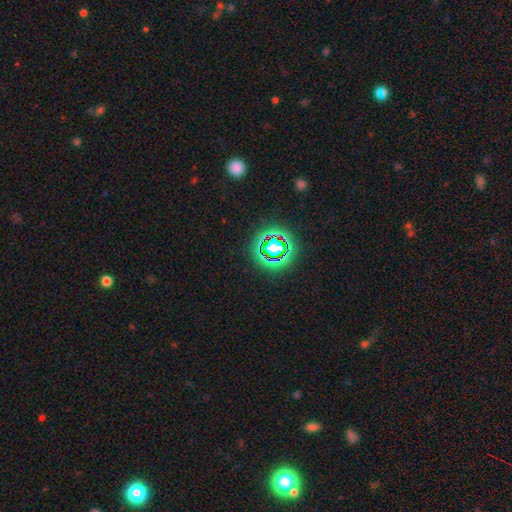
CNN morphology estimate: star or artifact 73%, smooth 19%, featured or disk 7%.